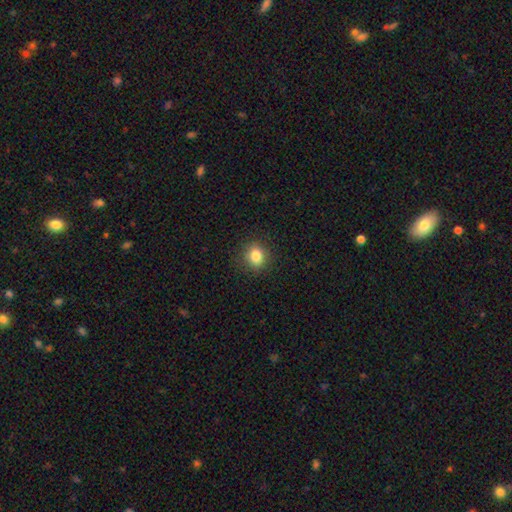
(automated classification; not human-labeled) smooth 83%, star or artifact 11%, featured or disk 6%. Down the decision tree: how rounded — round (67%); merging — none (88%).